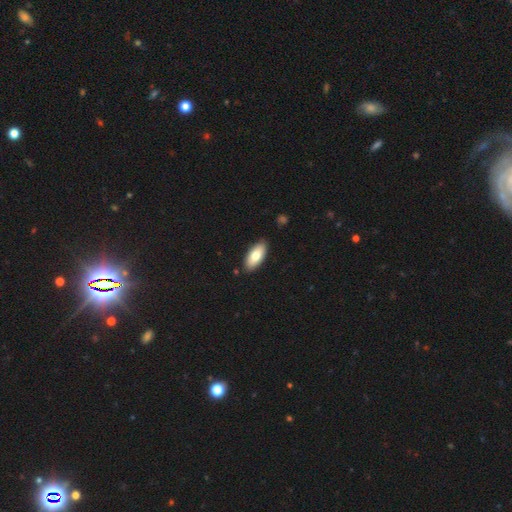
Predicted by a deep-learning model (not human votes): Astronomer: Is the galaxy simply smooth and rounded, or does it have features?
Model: smooth — 77%.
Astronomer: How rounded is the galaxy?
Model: in between — 89%.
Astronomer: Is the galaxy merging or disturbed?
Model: none — 87%.